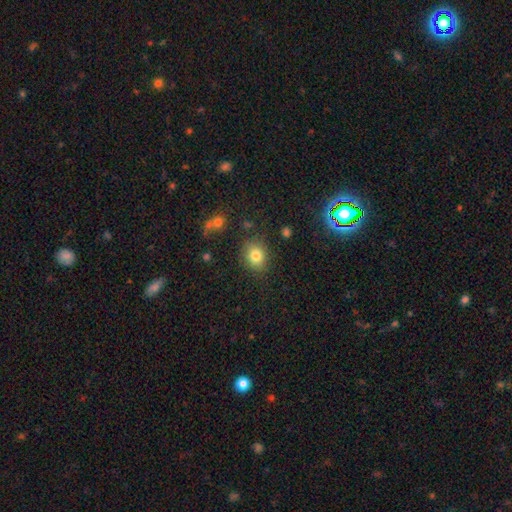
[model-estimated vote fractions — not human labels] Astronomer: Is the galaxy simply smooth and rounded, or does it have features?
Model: smooth — 81%.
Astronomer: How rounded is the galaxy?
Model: round — 58% (runner-up: in between, 41%).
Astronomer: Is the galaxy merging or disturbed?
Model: none — 82%.